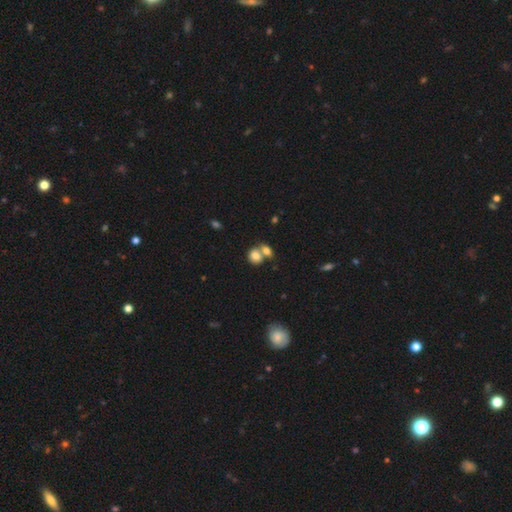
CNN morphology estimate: A smooth galaxy with no disk features (79%) that is round (54%).

Vote fractions:
- Smooth or featured? smooth: 79% / featured or disk: 12% / star or artifact: 10%
- How rounded? round: 54% / in between: 44% / cigar-shaped: 1%
- Merging? merger: 54% / none: 34% / minor disturbance: 8% / major disturbance: 3%